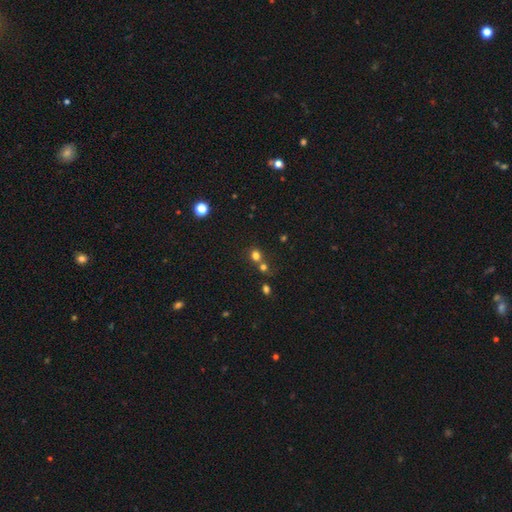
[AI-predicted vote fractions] The model was most divided on "merging": none: 50%, merger: 38%, minor disturbance: 8%, major disturbance: 4%. More confident: how rounded — round (80%); smooth or featured — smooth (74%).